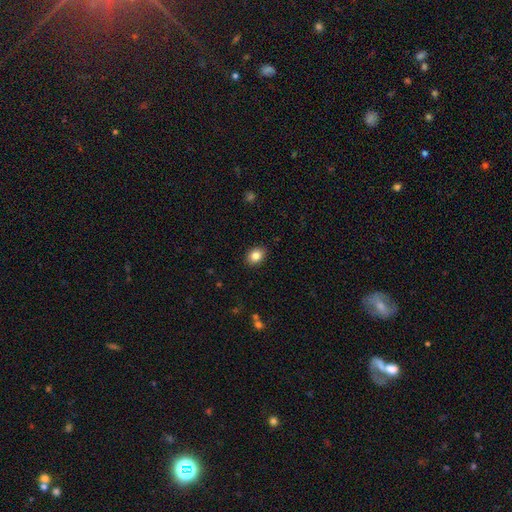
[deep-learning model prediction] A smooth galaxy with no disk features (83%) that is in between round and cigar-shaped (66%). Merging: none (89%).